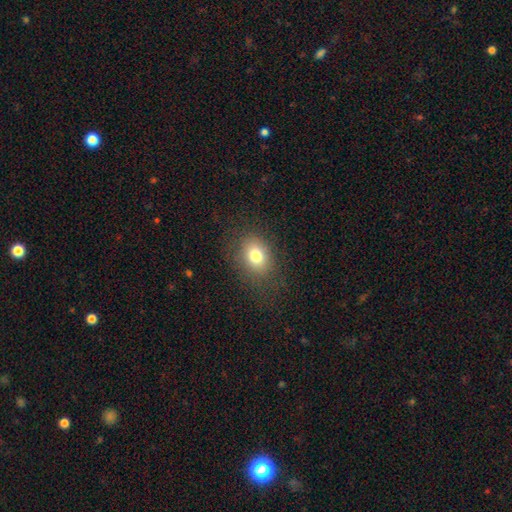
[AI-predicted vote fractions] Q: Smooth or featured?
A: smooth (77%); runner-up: star or artifact (12%)
Q: How rounded?
A: in between (59%); runner-up: round (40%)
Q: Merging?
A: none (80%); runner-up: minor disturbance (12%)